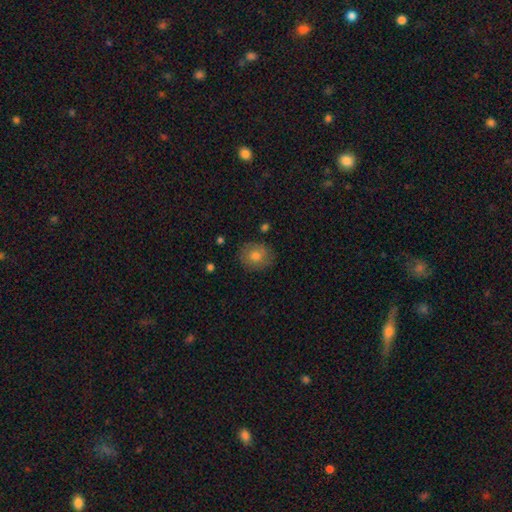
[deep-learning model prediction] Smooth or featured? smooth (72%)
How rounded? round (72%)
Merging? none (85%)